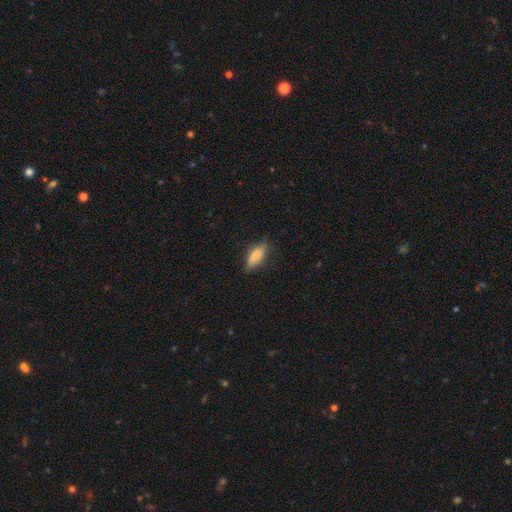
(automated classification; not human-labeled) Smooth or featured? Predicted: smooth (p=0.79). How rounded? Predicted: in between (p=0.72). Merging? Predicted: none (p=0.77).